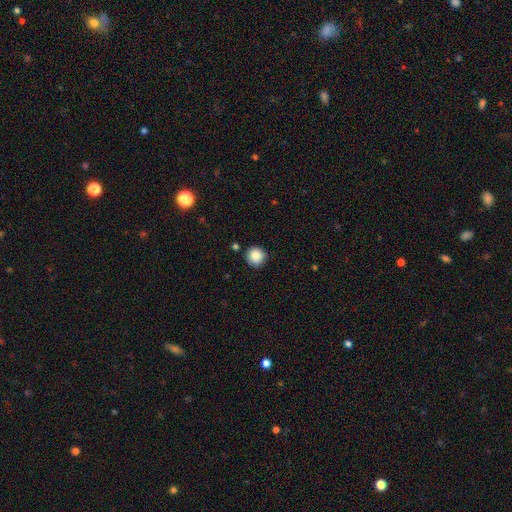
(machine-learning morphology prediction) Smooth or featured? Predicted: smooth (p=0.87). How rounded? Predicted: round (p=0.94). Merging? Predicted: none (p=0.87).